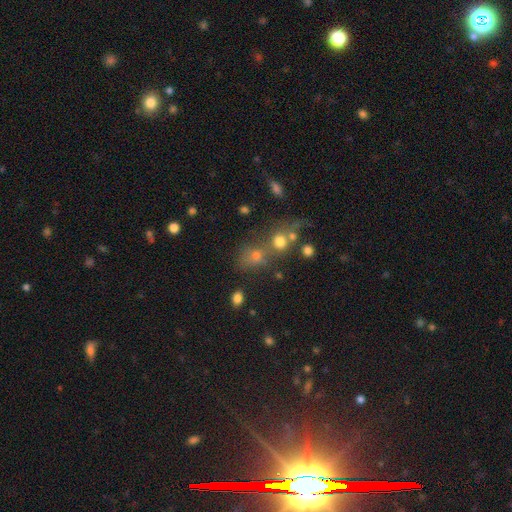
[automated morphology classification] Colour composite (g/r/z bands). It shows a smooth galaxy with no disk features (62%) that is round (64%). Merging: merger (43%).